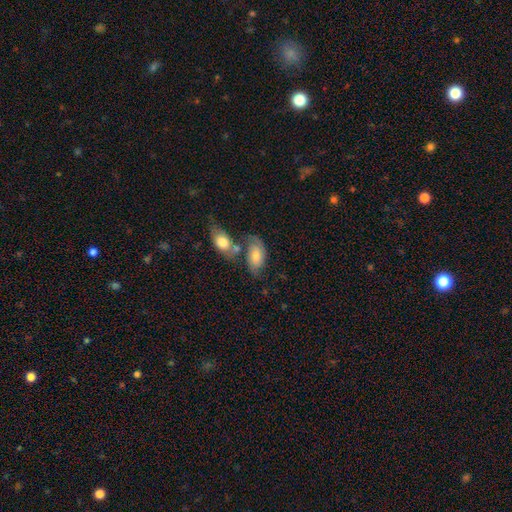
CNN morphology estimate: Smooth or featured? Predicted: smooth (p=0.57). How rounded? Predicted: in between (p=0.90). Merging? Predicted: merger (p=0.41).